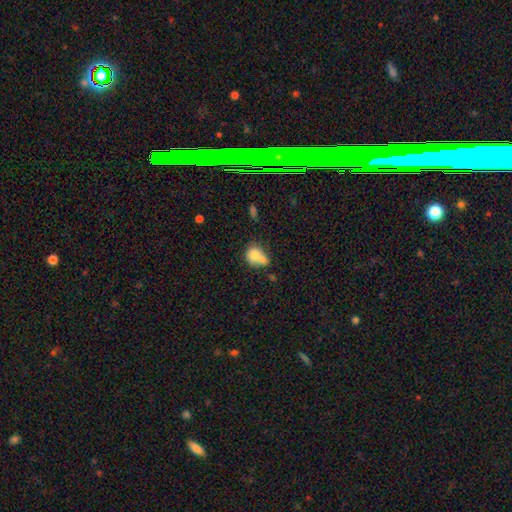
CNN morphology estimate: smooth-or-featured: smooth: 75% | featured or disk: 16% | star or artifact: 9%
  how-rounded: round: 55% | in between: 44% | cigar-shaped: 1%
  merging: merger: 52% | none: 28% | minor disturbance: 13% | major disturbance: 7%